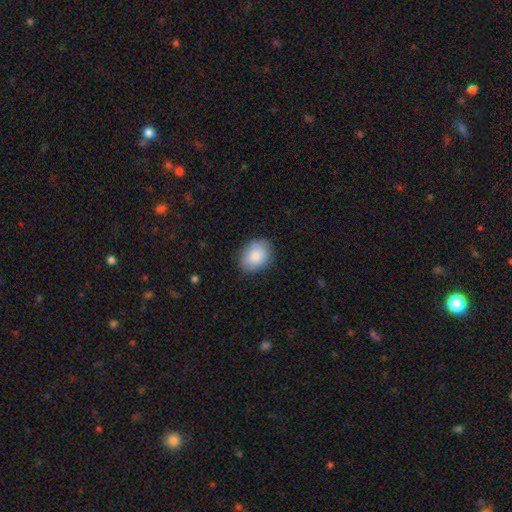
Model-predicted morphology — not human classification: The model was most divided on "how rounded": in between: 68%, round: 31%, cigar-shaped: 1%. More confident: smooth or featured — smooth (86%); merging — none (83%).